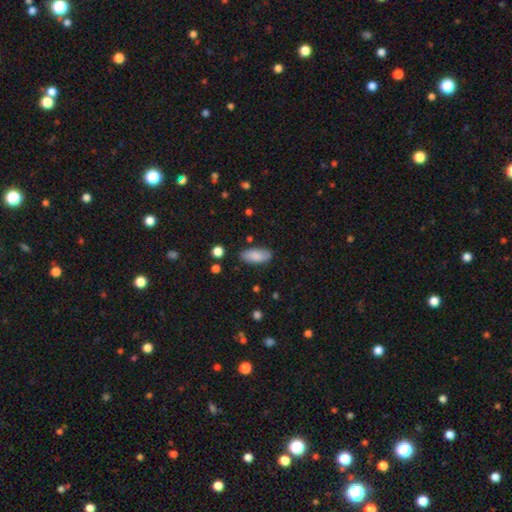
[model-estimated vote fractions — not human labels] Overall: smooth (84%). How rounded: in between (87%). Merging: none (82%).